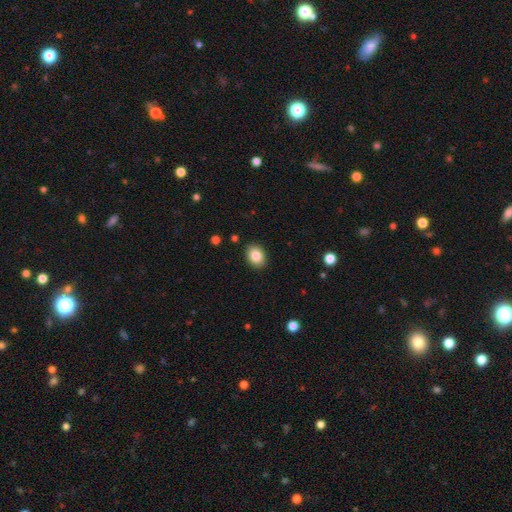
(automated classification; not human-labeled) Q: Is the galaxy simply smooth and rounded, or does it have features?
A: smooth — 85%.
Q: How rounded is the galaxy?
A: in between — 59%.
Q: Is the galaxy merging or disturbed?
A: none — 90%.